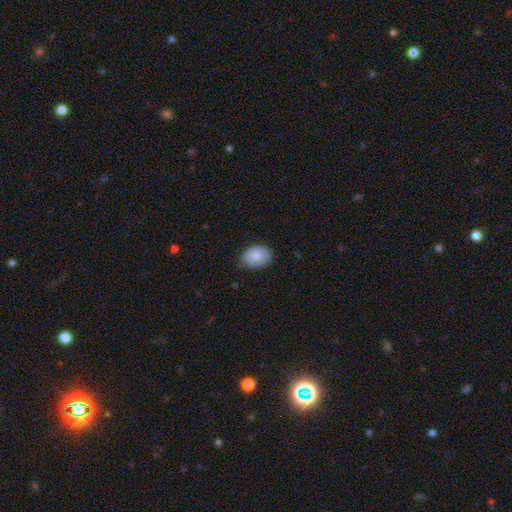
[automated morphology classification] smooth-or-featured: smooth: 88% | star or artifact: 6% | featured or disk: 5%
  how-rounded: in between: 81% | round: 18% | cigar-shaped: 1%
  merging: none: 76% | minor disturbance: 20% | major disturbance: 3% | merger: 1%